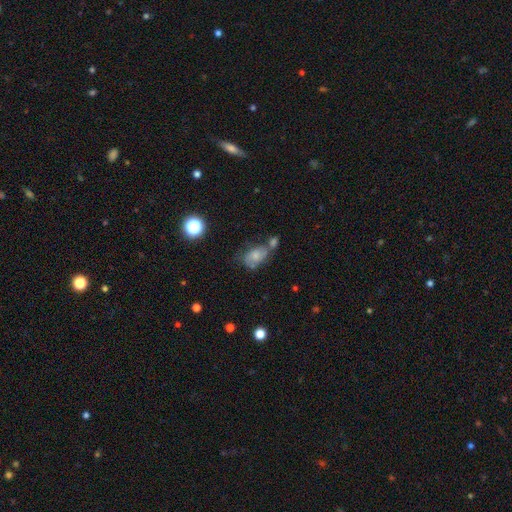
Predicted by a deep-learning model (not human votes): A smooth galaxy with no disk features (55%) that is in between round and cigar-shaped (85%).

Vote fractions:
- Smooth or featured? smooth: 55% / featured or disk: 32% / star or artifact: 13%
- How rounded? in between: 85% / round: 13% / cigar-shaped: 3%
- Merging? merger: 33% / none: 31% / minor disturbance: 21% / major disturbance: 15%